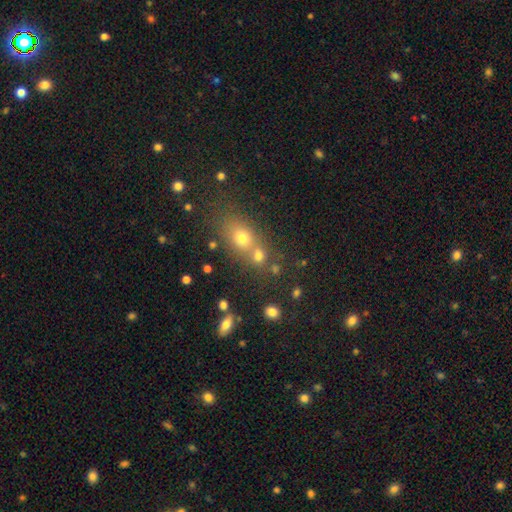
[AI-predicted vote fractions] The model was most divided on "how rounded": round: 55%, in between: 41%, cigar-shaped: 4%. Remaining: smooth or featured — smooth (59%); merging — none (50%).